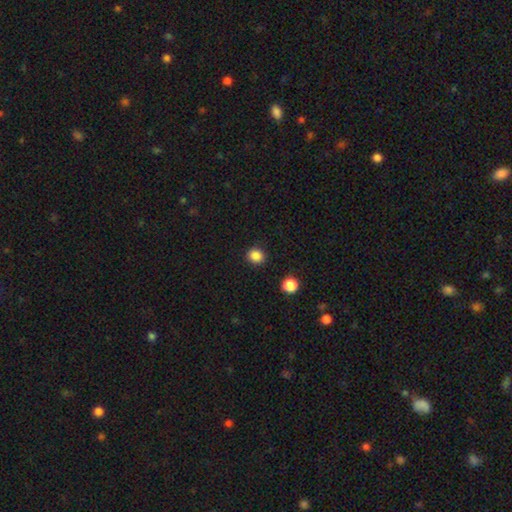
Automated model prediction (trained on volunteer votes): Smooth or featured: smooth — 86% (star or artifact — 11%)
How rounded: round — 82% (in between — 17%)
Merging: none — 90% (minor disturbance — 6%)